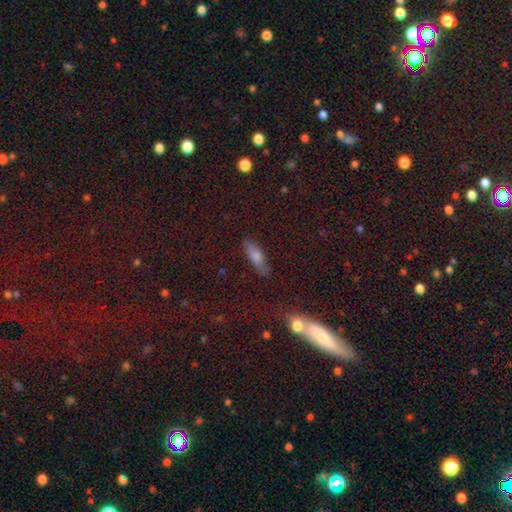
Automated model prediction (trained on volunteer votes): Smooth or featured: smooth — 67% (featured or disk — 21%)
How rounded: in between — 53% (cigar-shaped — 43%)
Merging: none — 82% (minor disturbance — 13%)